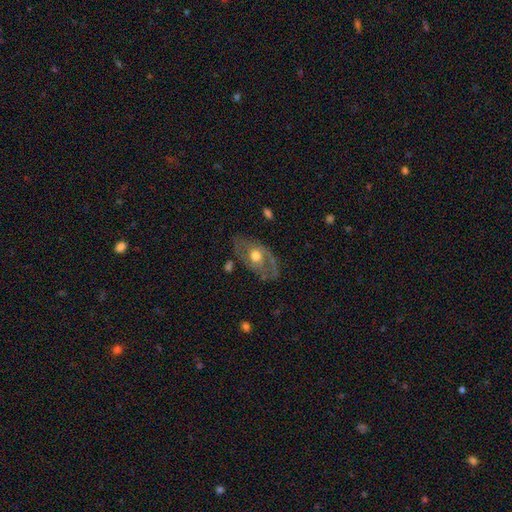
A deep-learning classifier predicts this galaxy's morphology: A featured or disk galaxy (62%) with no bar (82%), no spiral arms (58%) and a moderate central bulge (69%).

Vote fractions:
- Smooth or featured? featured or disk: 62% / smooth: 32% / star or artifact: 6%
- Edge-on disk? no: 89% / yes: 11%
- Bar? no: 82% / weak: 15% / strong: 3%
- Spiral arms? no: 58% / yes: 42%
- Bulge size? moderate: 69% / large: 21% / small: 8% / dominant: 1% / none: 1%
- Merging? none: 67% / minor disturbance: 21% / major disturbance: 10% / merger: 2%